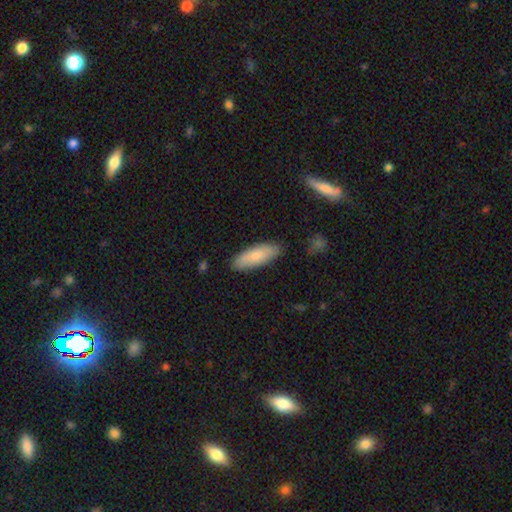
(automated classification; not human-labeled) Overall: smooth (82%). How rounded: in between (66%; cigar-shaped 32%). Merging: none (86%).